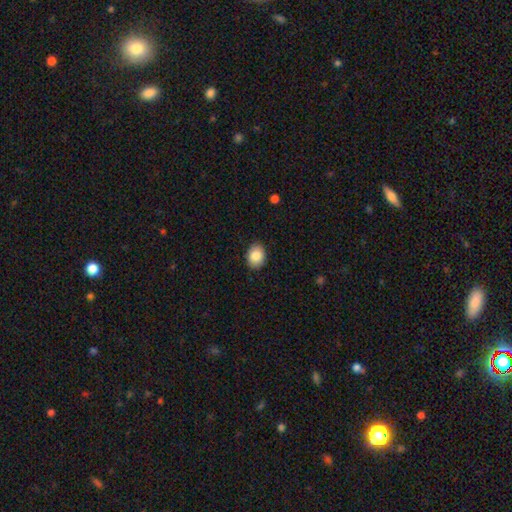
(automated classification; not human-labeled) A smooth galaxy with no disk features (87%) that is in between round and cigar-shaped (65%).

Vote fractions:
- Smooth or featured? smooth: 87% / star or artifact: 8% / featured or disk: 5%
- How rounded? in between: 65% / round: 34% / cigar-shaped: 1%
- Merging? none: 88% / minor disturbance: 9% / major disturbance: 2% / merger: 1%